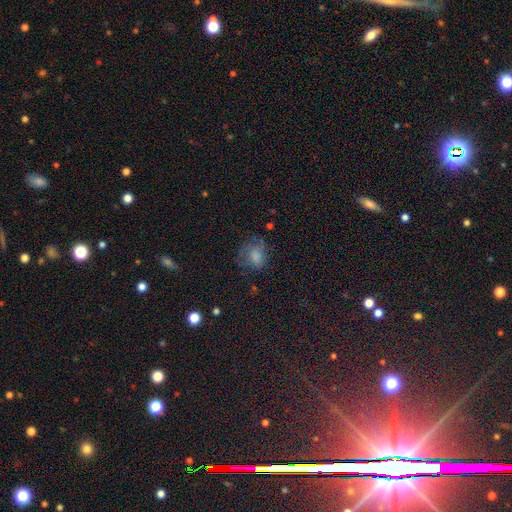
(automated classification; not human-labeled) smooth 66%, featured or disk 20%, star or artifact 14%. Down the decision tree: how rounded — round (51%); merging — none (50%).